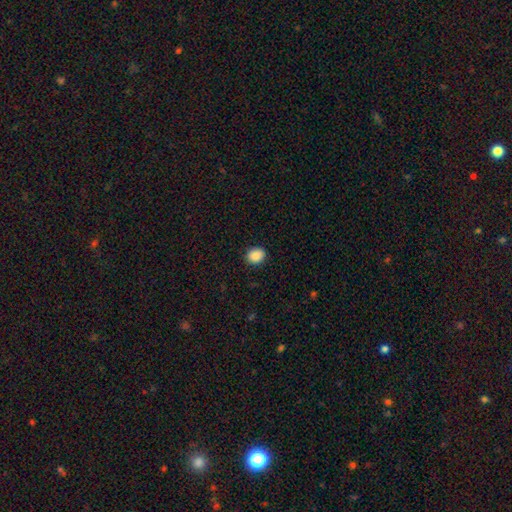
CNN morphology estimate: Q: Smooth or featured?
A: smooth (89%); runner-up: star or artifact (8%)
Q: How rounded?
A: round (63%); runner-up: in between (36%)
Q: Merging?
A: none (89%); runner-up: minor disturbance (8%)